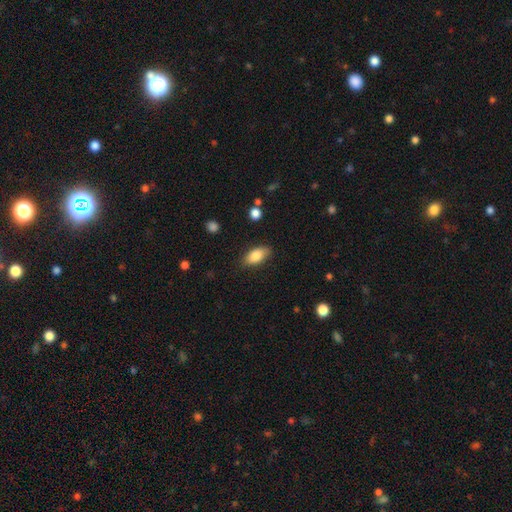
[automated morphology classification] A smooth galaxy with no disk features (84%) that is in between round and cigar-shaped (90%).

Vote fractions:
- Smooth or featured? smooth: 84% / featured or disk: 9% / star or artifact: 7%
- How rounded? in between: 90% / cigar-shaped: 6% / round: 4%
- Merging? none: 82% / minor disturbance: 13% / major disturbance: 3% / merger: 1%